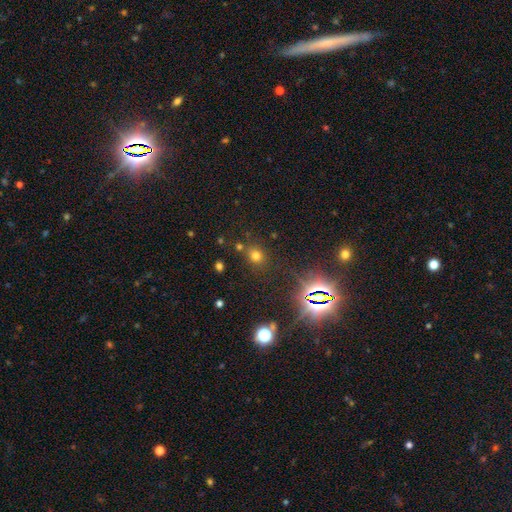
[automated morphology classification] smooth 65%, star or artifact 28%, featured or disk 8%. Down the decision tree: how rounded — round (75%); merging — none (75%).